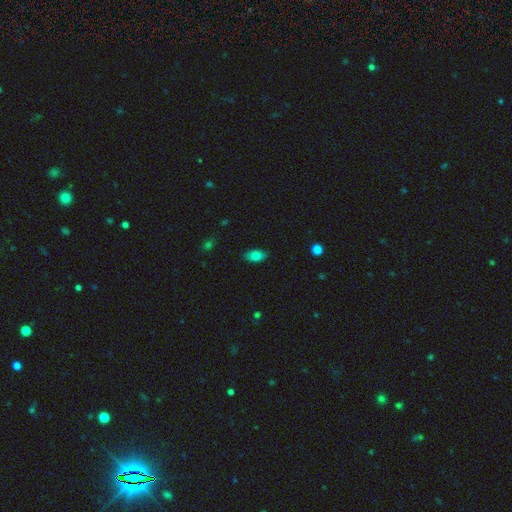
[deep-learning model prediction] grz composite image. It shows a smooth galaxy with no disk features (79%) that is in between round and cigar-shaped (91%). Merging: none (86%).